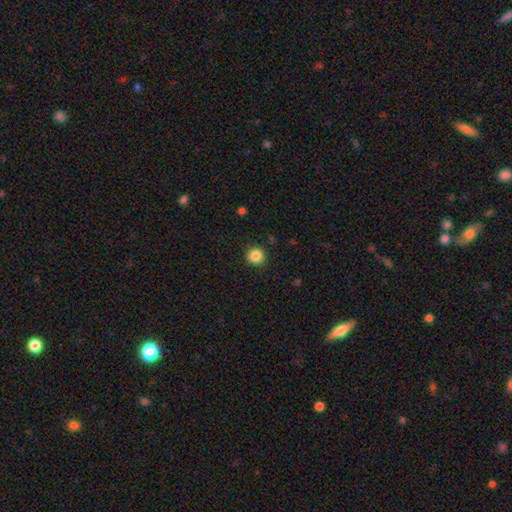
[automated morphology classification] smooth-or-featured: smooth: 86% | star or artifact: 10% | featured or disk: 4%
  how-rounded: round: 93% | in between: 6% | cigar-shaped: 1%
  merging: none: 90% | minor disturbance: 7% | major disturbance: 2% | merger: 1%